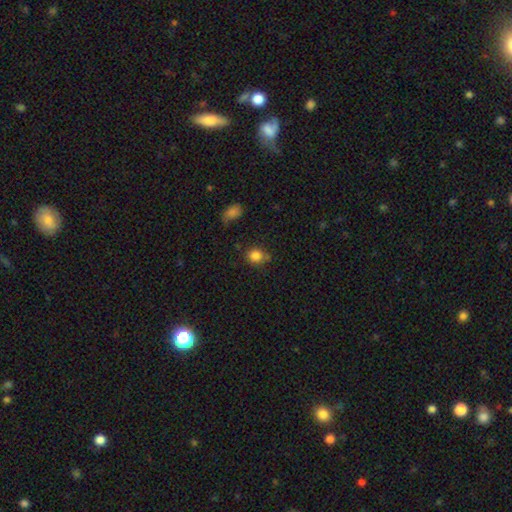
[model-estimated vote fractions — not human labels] Q: Smooth or featured?
A: smooth (84%); runner-up: star or artifact (11%)
Q: How rounded?
A: round (75%); runner-up: in between (24%)
Q: Merging?
A: none (71%); runner-up: minor disturbance (19%)